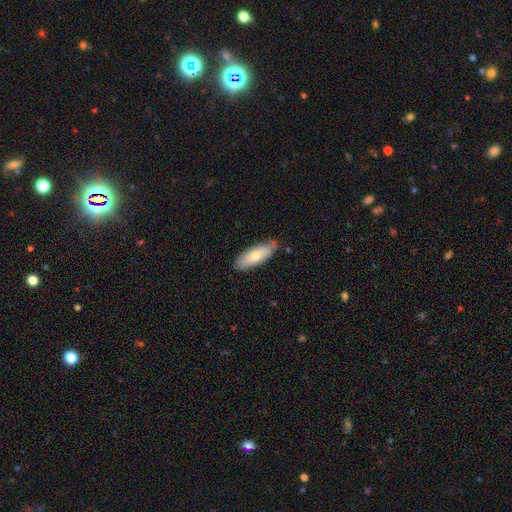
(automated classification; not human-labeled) smooth-or-featured: smooth: 72% | featured or disk: 22% | star or artifact: 6%
  how-rounded: in between: 62% | cigar-shaped: 36% | round: 2%
  merging: none: 78% | minor disturbance: 18% | major disturbance: 3% | merger: 2%